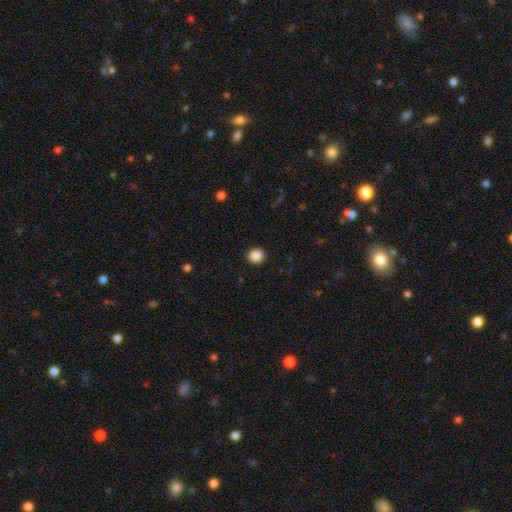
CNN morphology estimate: smooth-or-featured: smooth: 88% | star or artifact: 10% | featured or disk: 3%
  how-rounded: round: 90% | in between: 9% | cigar-shaped: 1%
  merging: none: 92% | minor disturbance: 5% | major disturbance: 2% | merger: 1%